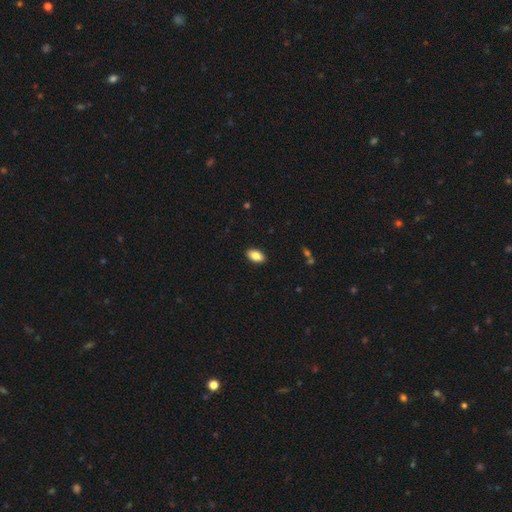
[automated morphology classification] A smooth galaxy with no disk features (84%) that is in between round and cigar-shaped (93%). Merging: none (90%).